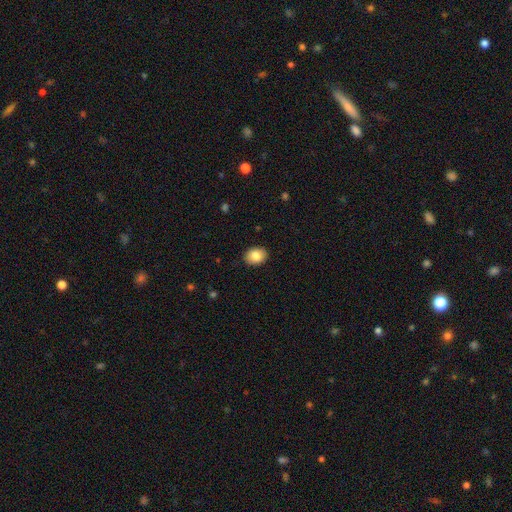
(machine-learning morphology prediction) Smooth or featured: smooth — 85% (star or artifact — 8%)
How rounded: in between — 63% (round — 36%)
Merging: none — 89% (minor disturbance — 8%)